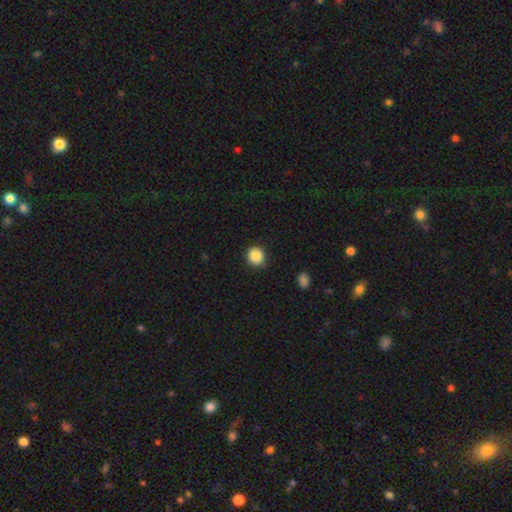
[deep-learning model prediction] Smooth or featured? smooth (87%)
How rounded? round (89%)
Merging? none (86%)